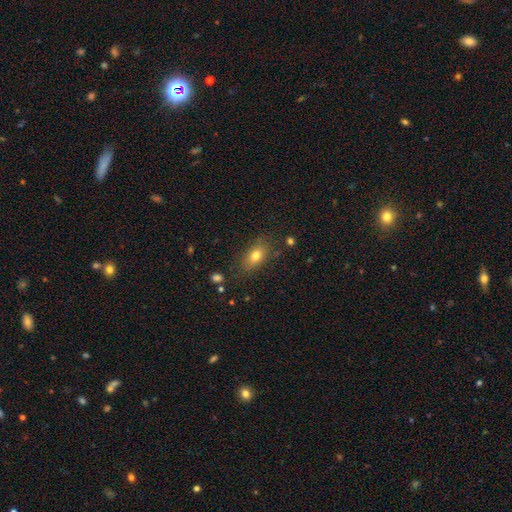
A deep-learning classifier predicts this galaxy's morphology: Q: Smooth or featured?
A: smooth (76%); runner-up: featured or disk (14%)
Q: How rounded?
A: in between (80%); runner-up: round (12%)
Q: Merging?
A: none (79%); runner-up: minor disturbance (14%)